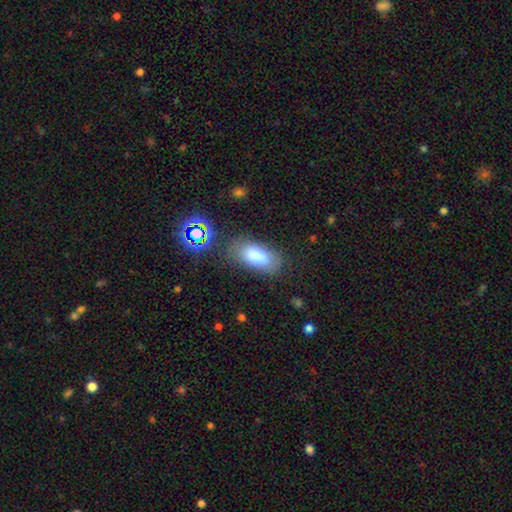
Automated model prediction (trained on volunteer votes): Smooth or featured? smooth (80%)
How rounded? in between (90%)
Merging? none (75%)